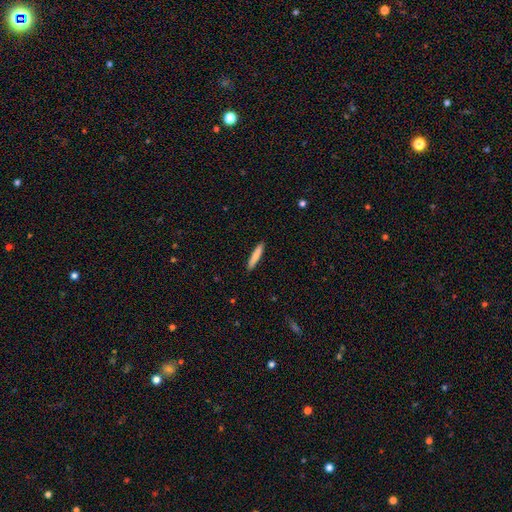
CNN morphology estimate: This is clearly a smooth galaxy (83%). How rounded: clearly cigar-shaped (92%). Merging: clearly none (91%).